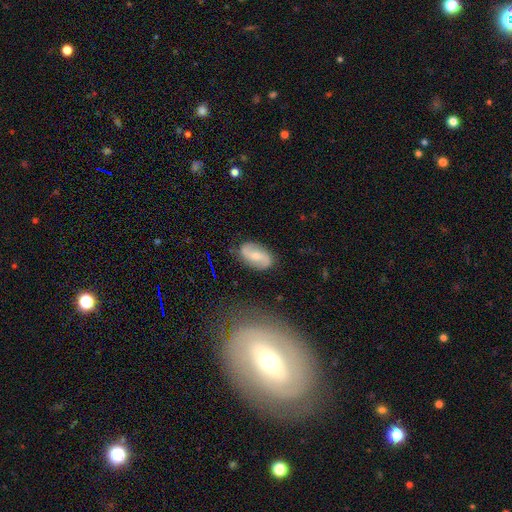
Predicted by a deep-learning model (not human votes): Smooth or featured?
  - featured or disk: 70% *
  - smooth: 23%
  - star or artifact: 7%
Edge-on disk?
  - no: 97% *
  - yes: 3%
Bar?
  - weak: 43% *
  - no: 41%
  - strong: 16%
Spiral arms?
  - yes: 93% *
  - no: 7%
Spiral winding?
  - loose: 51% *
  - medium: 35%
  - tight: 14%
Spiral arm count?
  - 2: 92% *
  - can't tell: 4%
  - 1: 2%
  - 3: 1%
  - 4: 1%
  - more than 4: 1%
Bulge size?
  - moderate: 46% *
  - small: 41%
  - none: 8%
  - large: 4%
  - dominant: 1%
Merging?
  - none: 82% *
  - minor disturbance: 13%
  - major disturbance: 3%
  - merger: 2%